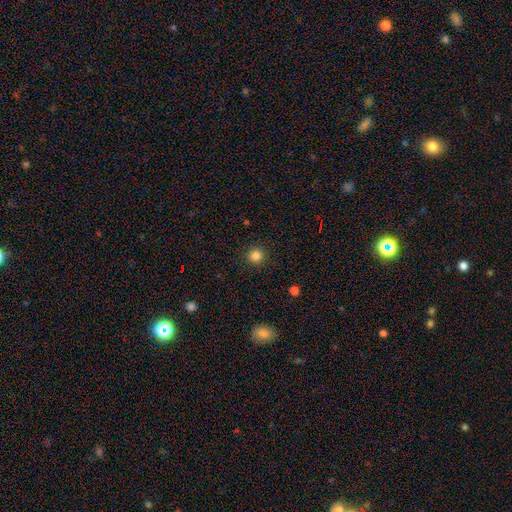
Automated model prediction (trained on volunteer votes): Smooth or featured? Predicted: smooth (p=0.84). How rounded? Predicted: round (p=0.92). Merging? Predicted: none (p=0.91).